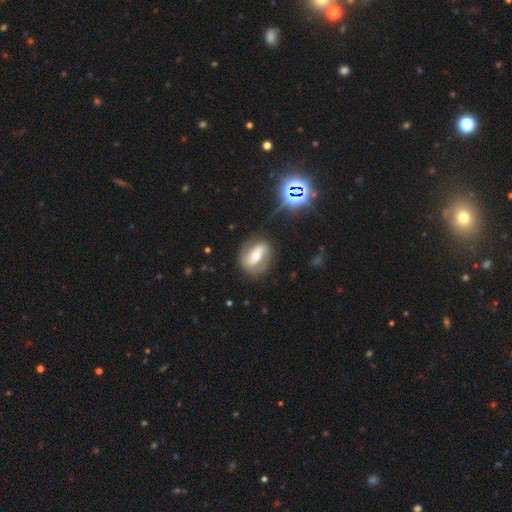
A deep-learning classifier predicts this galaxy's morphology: Smooth or featured? featured or disk (58%)
Edge-on disk? no (87%)
Bar? strong (51%)
Spiral arms? yes (54%)
Bulge size? moderate (68%)
Merging? none (76%)